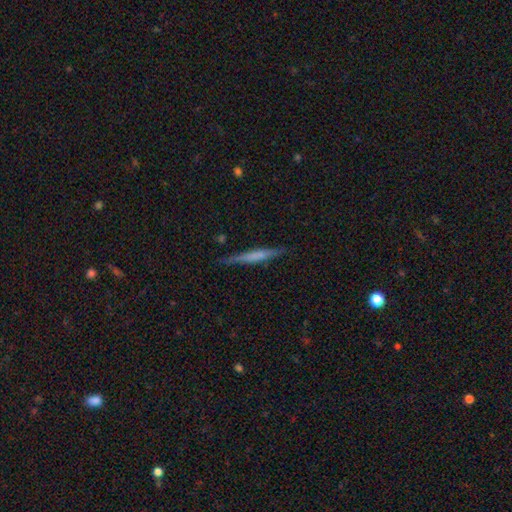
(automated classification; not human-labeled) Smooth or featured: featured or disk — 49% (smooth — 44%)
Merging: none — 85% (minor disturbance — 11%)